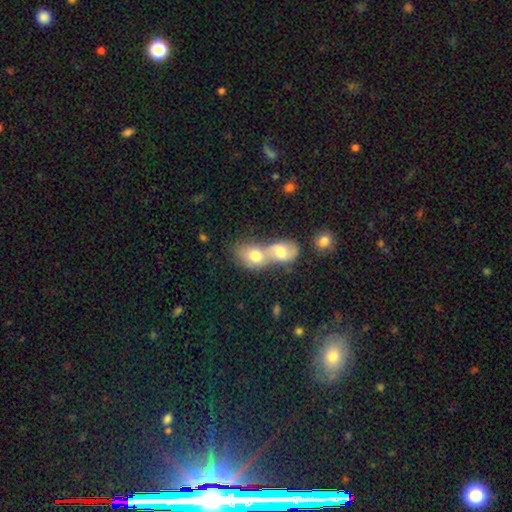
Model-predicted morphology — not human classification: smooth_or_featured: smooth (p=0.73) [alt: featured or disk p=0.19]
how_rounded: in between (p=0.63) [alt: round p=0.35]
merging: merger (p=0.77) [alt: none p=0.15]